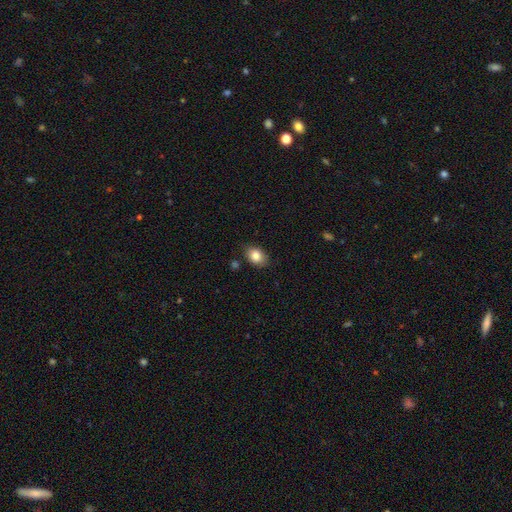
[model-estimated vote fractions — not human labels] A smooth galaxy with no disk features (84%) that is in between round and cigar-shaped (68%).

Vote fractions:
- Smooth or featured? smooth: 84% / star or artifact: 9% / featured or disk: 7%
- How rounded? in between: 68% / round: 30% / cigar-shaped: 1%
- Merging? none: 81% / minor disturbance: 14% / major disturbance: 3% / merger: 2%